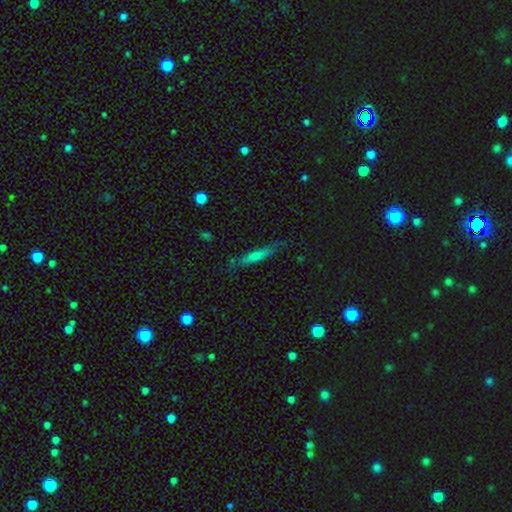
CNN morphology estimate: smooth 49%, featured or disk 43%, star or artifact 8%. Down the decision tree: merging — none (79%).